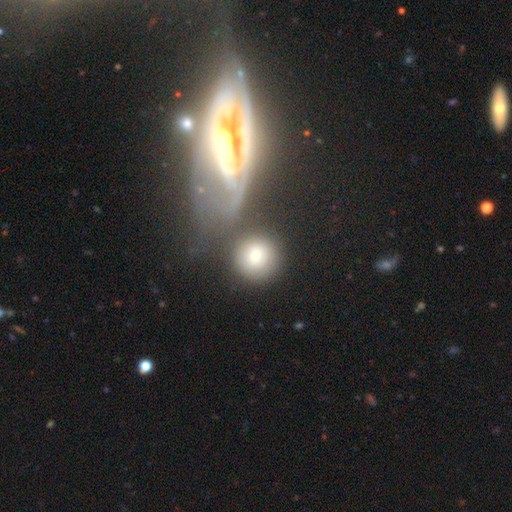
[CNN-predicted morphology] A smooth galaxy with no disk features (74%) that is round (92%).

Vote fractions:
- Smooth or featured? smooth: 74% / featured or disk: 14% / star or artifact: 12%
- How rounded? round: 92% / in between: 7% / cigar-shaped: 1%
- Merging? none: 71% / merger: 13% / minor disturbance: 10% / major disturbance: 6%